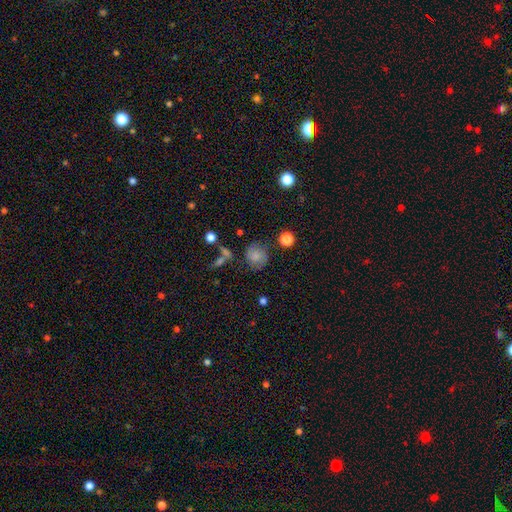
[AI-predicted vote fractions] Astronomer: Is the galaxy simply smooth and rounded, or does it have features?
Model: smooth — 50% (runner-up: featured or disk, 38%).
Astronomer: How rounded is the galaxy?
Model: round — 81%.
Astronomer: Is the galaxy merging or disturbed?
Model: none — 69%.